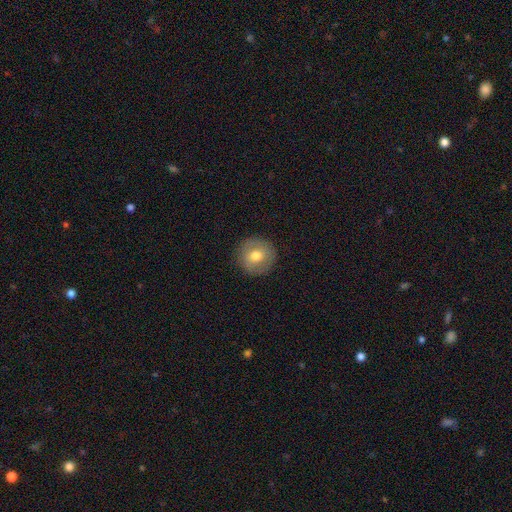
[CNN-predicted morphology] A smooth galaxy with no disk features (66%) that is round (94%).

Vote fractions:
- Smooth or featured? smooth: 66% / featured or disk: 26% / star or artifact: 8%
- How rounded? round: 94% / in between: 5% / cigar-shaped: 1%
- Merging? none: 90% / minor disturbance: 7% / major disturbance: 2% / merger: 1%